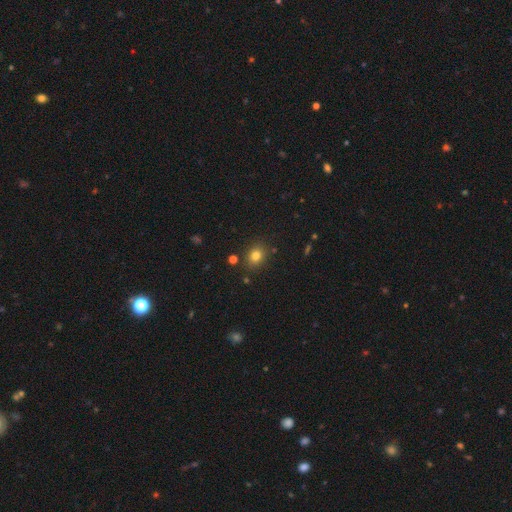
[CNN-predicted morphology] A smooth galaxy with no disk features (78%) that is round (53%).

Vote fractions:
- Smooth or featured? smooth: 78% / star or artifact: 14% / featured or disk: 8%
- How rounded? round: 53% / in between: 46% / cigar-shaped: 1%
- Merging? none: 84% / minor disturbance: 10% / merger: 3% / major disturbance: 3%